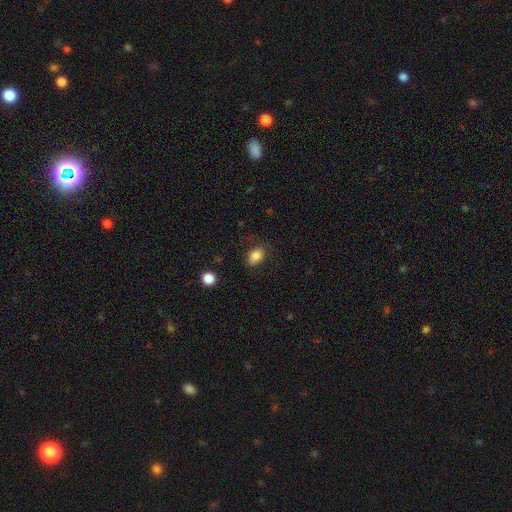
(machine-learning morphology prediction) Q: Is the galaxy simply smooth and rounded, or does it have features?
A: smooth — 84%.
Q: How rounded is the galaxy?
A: in between — 65%.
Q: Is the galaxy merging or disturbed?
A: none — 75%.